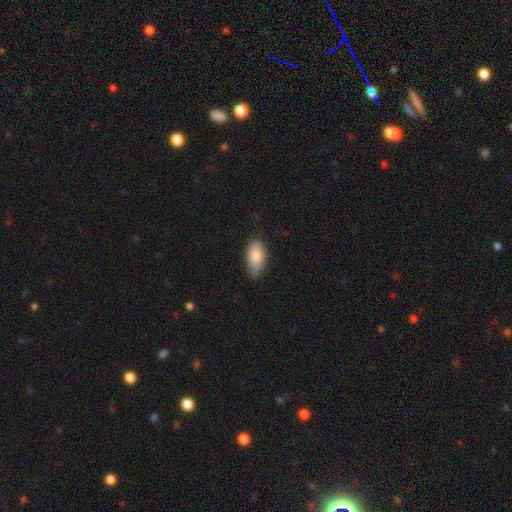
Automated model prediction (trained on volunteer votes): A smooth galaxy with no disk features (84%) that is in between round and cigar-shaped (90%). Merging: none (67%).